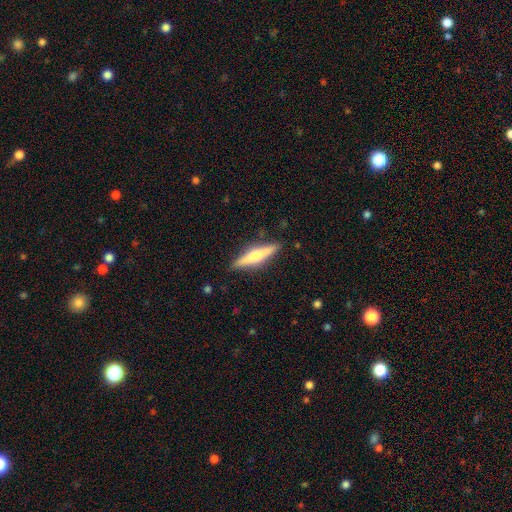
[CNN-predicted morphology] This appears to be a featured or disk galaxy (53%) viewed edge-on (96%) with a rounded central bulge (79%). Merging: none (89%).